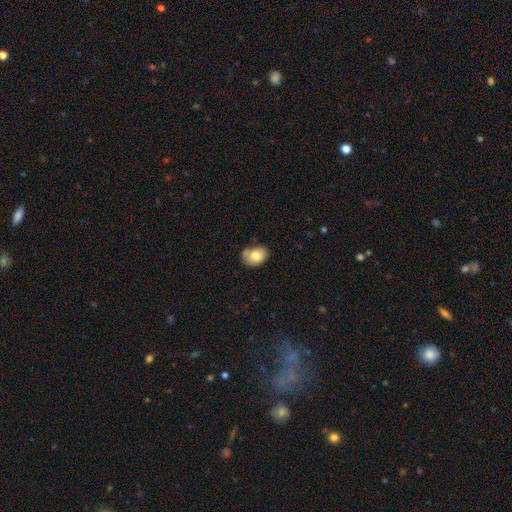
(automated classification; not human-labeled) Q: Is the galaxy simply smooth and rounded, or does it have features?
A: smooth — 79%.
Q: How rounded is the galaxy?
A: in between — 71%.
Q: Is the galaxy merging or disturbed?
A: none — 59%.